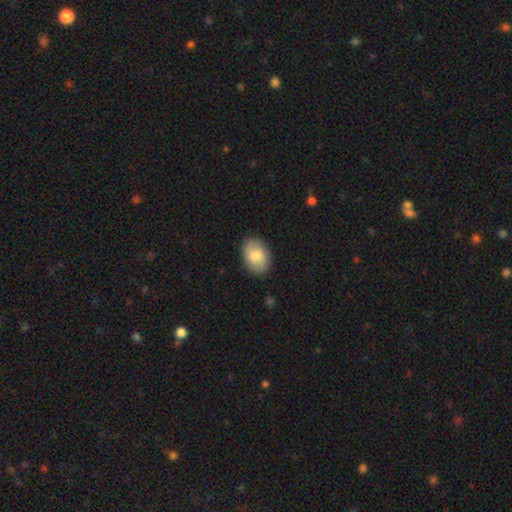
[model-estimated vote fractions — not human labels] smooth-or-featured: smooth: 74% | featured or disk: 19% | star or artifact: 6%
  how-rounded: in between: 81% | round: 18% | cigar-shaped: 1%
  merging: none: 86% | minor disturbance: 11% | major disturbance: 2% | merger: 1%